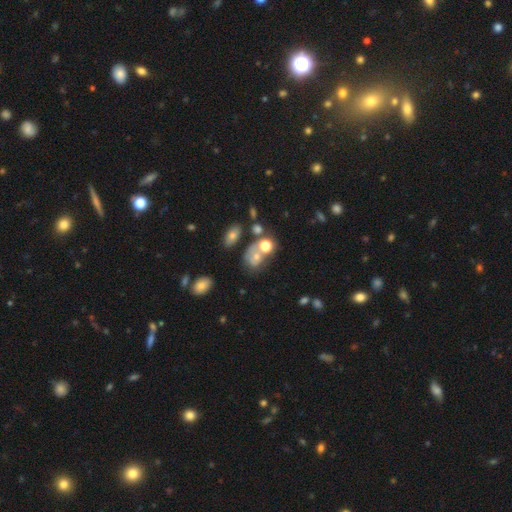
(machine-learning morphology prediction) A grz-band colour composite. It shows a smooth galaxy with no disk features (59%) that is in between round and cigar-shaped (50%). Merging: merger (36%).